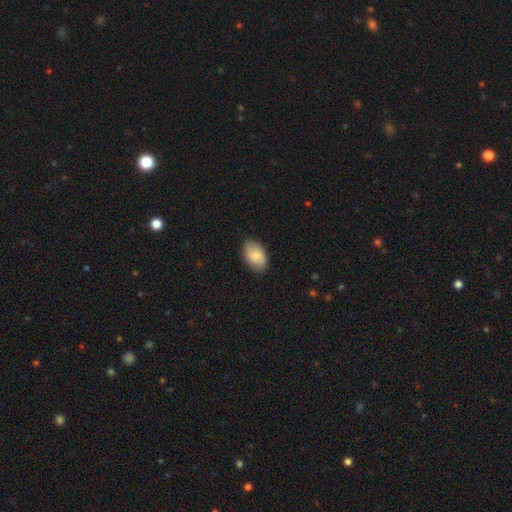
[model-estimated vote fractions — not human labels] Overall: smooth (82%). How rounded: in between (92%). Merging: none (84%).